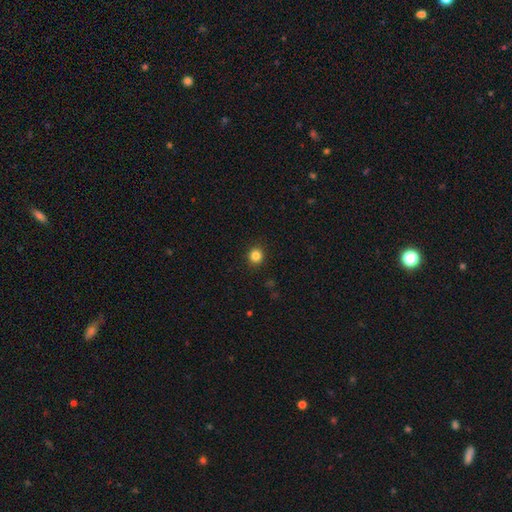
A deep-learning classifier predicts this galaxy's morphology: This is clearly a smooth galaxy (84%). How rounded: clearly round (89%). Merging: clearly none (92%).